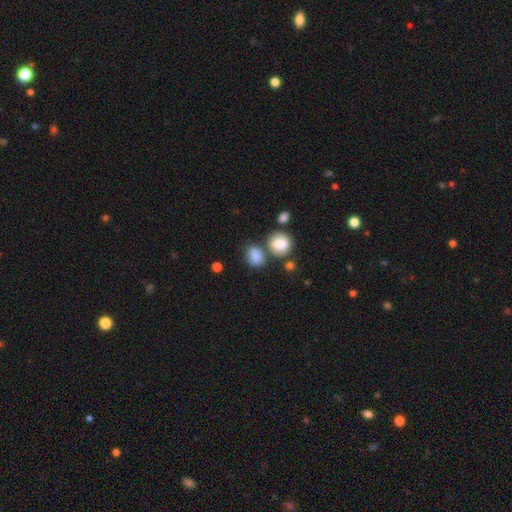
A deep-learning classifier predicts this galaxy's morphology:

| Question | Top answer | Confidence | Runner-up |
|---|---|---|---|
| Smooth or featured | smooth | 84% | star or artifact (9%) |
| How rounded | in between | 54% | round (44%) |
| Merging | none | 51% | merger (25%) |